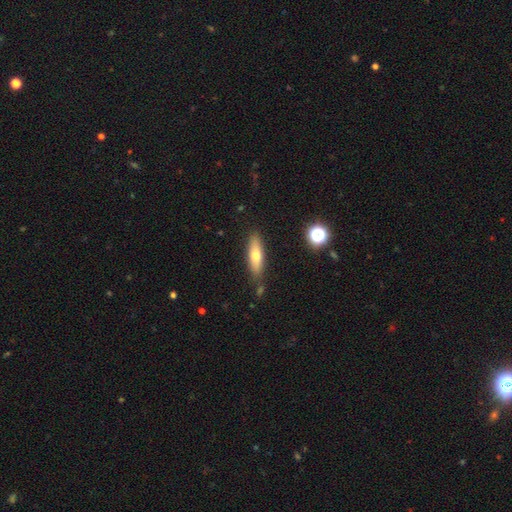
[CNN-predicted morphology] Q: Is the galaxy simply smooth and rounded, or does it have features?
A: smooth — 64%.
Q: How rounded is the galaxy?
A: cigar-shaped — 59%.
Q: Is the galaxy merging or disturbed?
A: none — 82%.